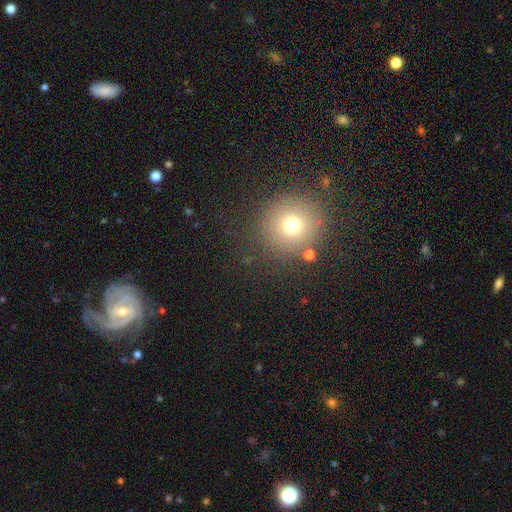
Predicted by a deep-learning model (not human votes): smooth-or-featured: smooth: 57% | star or artifact: 27% | featured or disk: 16%
  how-rounded: round: 90% | in between: 9% | cigar-shaped: 1%
  merging: none: 86% | minor disturbance: 8% | major disturbance: 4% | merger: 3%